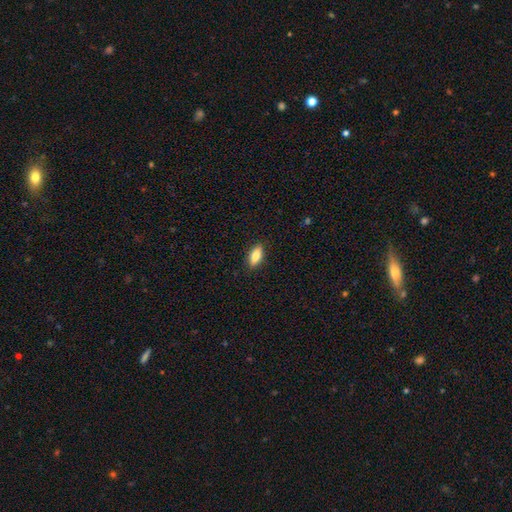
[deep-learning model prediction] This appears to be a smooth galaxy with no disk features (78%) that is in between round and cigar-shaped (69%). Merging: none (88%).